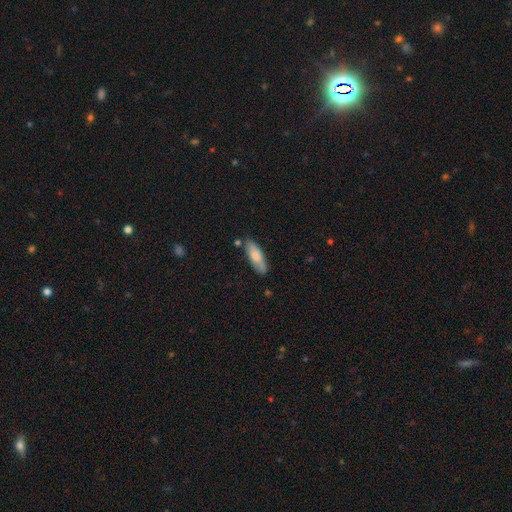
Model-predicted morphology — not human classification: The model was most divided on "how rounded": in between: 59%, cigar-shaped: 39%, round: 2%. More confident: smooth or featured — smooth (80%); merging — none (78%).